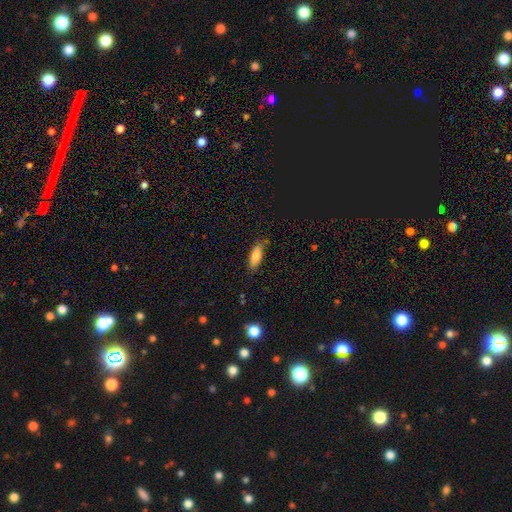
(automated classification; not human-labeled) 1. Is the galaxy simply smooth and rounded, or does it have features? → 81% smooth, 12% featured or disk, 7% star or artifact.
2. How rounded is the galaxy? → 67% in between, 31% cigar-shaped, 2% round.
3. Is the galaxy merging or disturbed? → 71% none, 22% minor disturbance, 5% major disturbance, 3% merger.